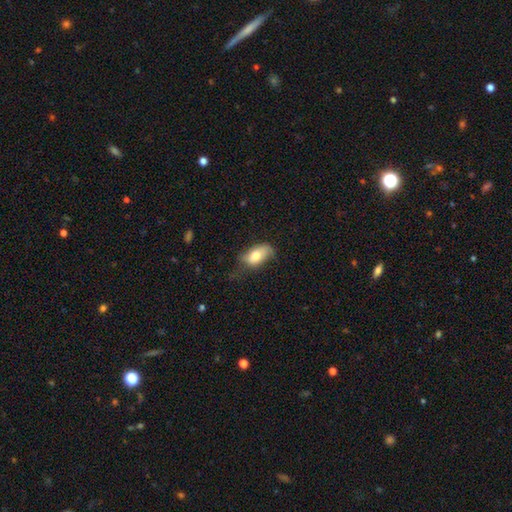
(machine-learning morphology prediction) This appears to be a smooth galaxy with no disk features (75%) that is in between round and cigar-shaped (92%). Merging: none (42%).